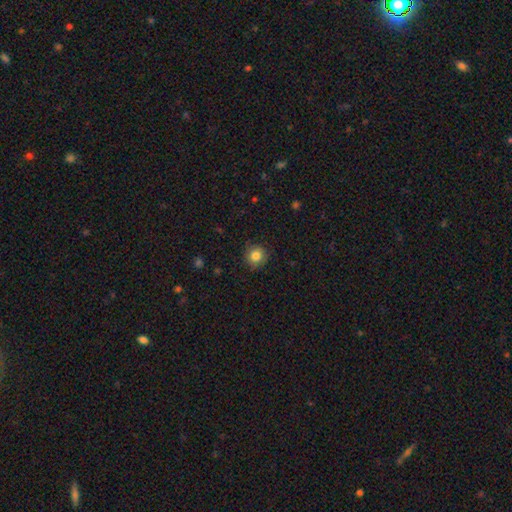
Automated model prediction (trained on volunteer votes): Smooth or featured? Predicted: smooth (p=0.83). How rounded? Predicted: round (p=0.91). Merging? Predicted: none (p=0.85).